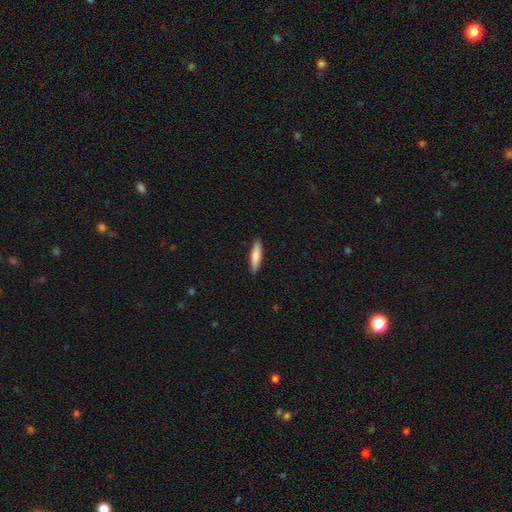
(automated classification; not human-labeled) Q: Smooth or featured?
A: smooth (81%); runner-up: featured or disk (14%)
Q: How rounded?
A: cigar-shaped (76%); runner-up: in between (23%)
Q: Merging?
A: none (90%); runner-up: minor disturbance (8%)